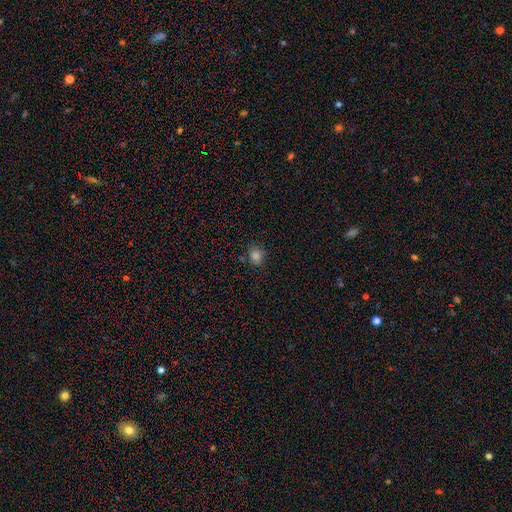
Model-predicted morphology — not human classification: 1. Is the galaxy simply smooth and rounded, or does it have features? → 82% smooth, 14% star or artifact, 5% featured or disk.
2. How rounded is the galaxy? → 69% round, 30% in between, 1% cigar-shaped.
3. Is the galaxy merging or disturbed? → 80% none, 14% minor disturbance, 4% merger, 3% major disturbance.